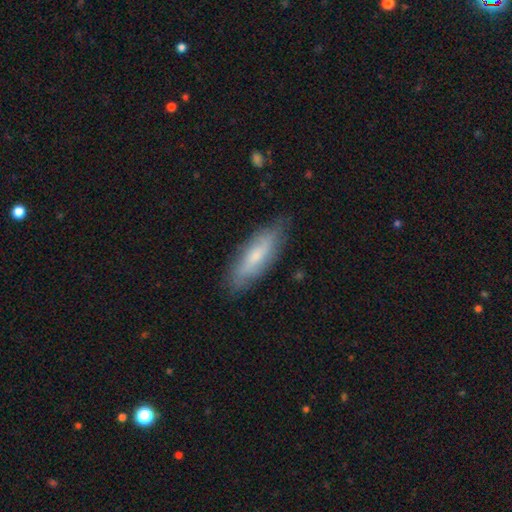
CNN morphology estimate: This appears to be a smooth galaxy with no disk features (57%) that is cigar-shaped (53%). Merging: none (78%).